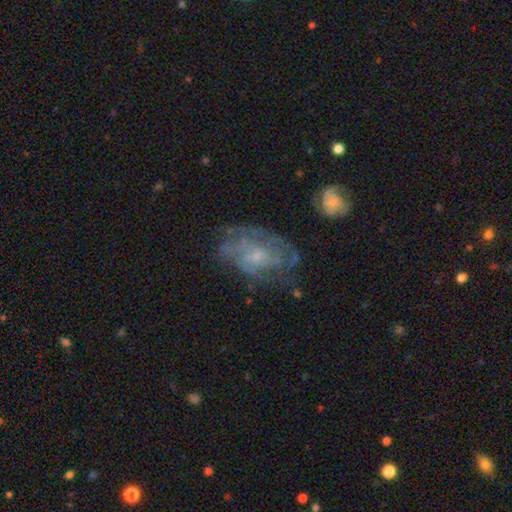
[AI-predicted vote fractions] The model was most divided on "merging": none: 56%, minor disturbance: 24%, major disturbance: 17%, merger: 3%. More confident: edge-on disk — no (96%); bar — no (74%); smooth or featured — featured or disk (70%); spiral arms — yes (69%); bulge size — small (68%).